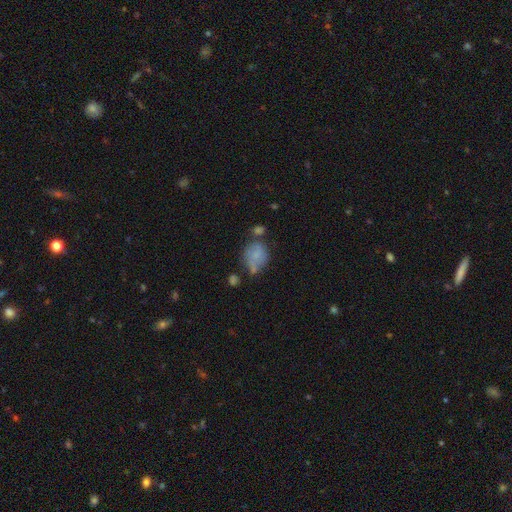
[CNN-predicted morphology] Smooth or featured? smooth (72%)
How rounded? round (55%)
Merging? none (42%)